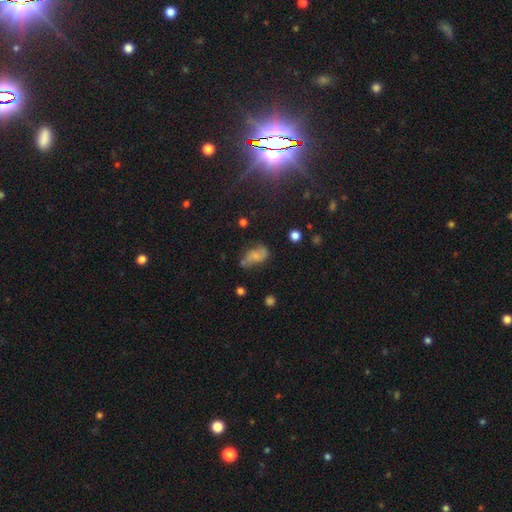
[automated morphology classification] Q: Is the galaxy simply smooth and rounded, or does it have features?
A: smooth — 52%.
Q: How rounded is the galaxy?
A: in between — 87%.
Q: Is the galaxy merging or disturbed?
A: none — 44%.